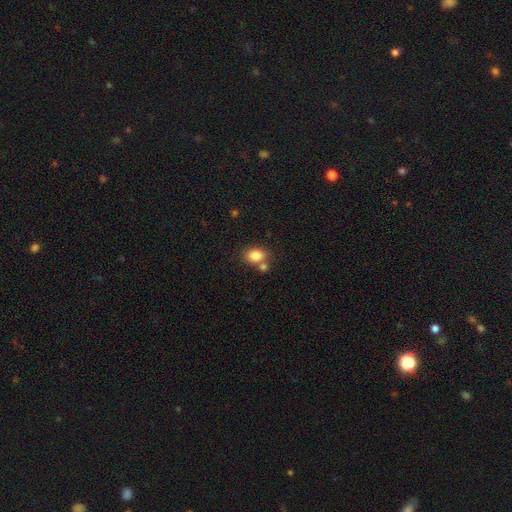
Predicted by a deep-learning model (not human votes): Overall: smooth (82%). How rounded: in between (56%; round 43%). Merging: none (61%; merger 25%).